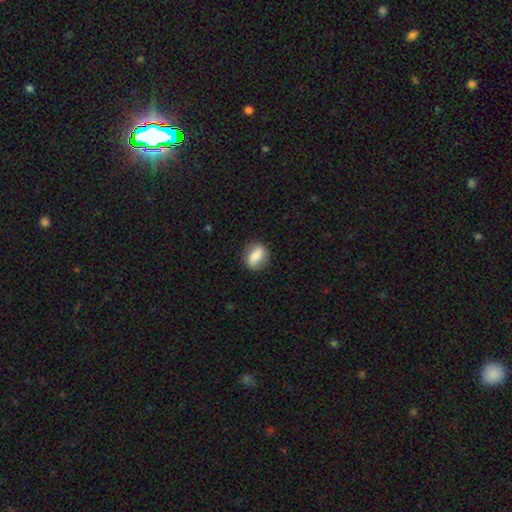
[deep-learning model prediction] smooth 71%, featured or disk 22%, star or artifact 8%. Down the decision tree: how rounded — in between (62%); merging — none (79%).